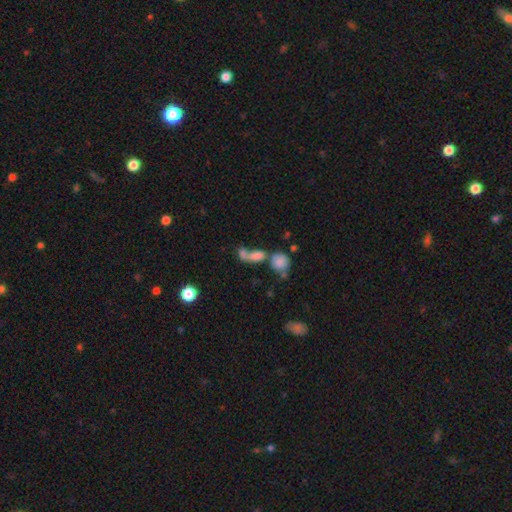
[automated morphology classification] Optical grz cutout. It shows a smooth galaxy with no disk features (63%) that is in between round and cigar-shaped (53%). Merging: merger (57%).